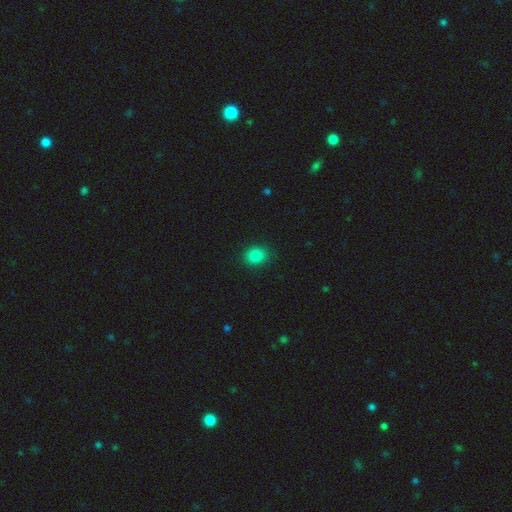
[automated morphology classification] smooth-or-featured: smooth: 84% | star or artifact: 12% | featured or disk: 4%
  how-rounded: round: 68% | in between: 31% | cigar-shaped: 1%
  merging: none: 88% | minor disturbance: 9% | major disturbance: 2% | merger: 1%